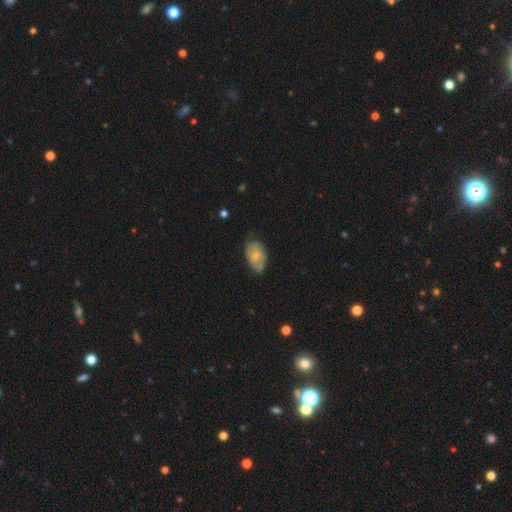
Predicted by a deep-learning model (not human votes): A smooth galaxy with no disk features (49%). Merging: none (55%).